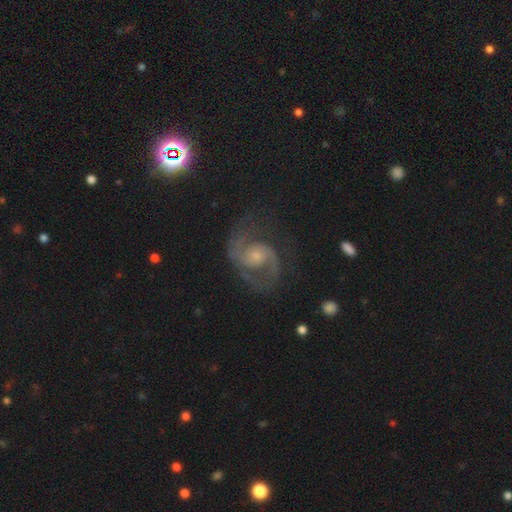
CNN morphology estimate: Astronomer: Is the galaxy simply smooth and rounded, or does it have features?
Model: featured or disk — 86%.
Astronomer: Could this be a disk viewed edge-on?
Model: no — 98%.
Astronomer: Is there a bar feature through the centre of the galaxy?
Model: no — 56% (runner-up: weak, 36%).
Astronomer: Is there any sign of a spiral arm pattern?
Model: yes — 97%.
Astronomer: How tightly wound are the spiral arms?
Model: medium — 61%.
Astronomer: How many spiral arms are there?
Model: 2 — 91%.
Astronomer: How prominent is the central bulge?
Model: small — 56% (runner-up: moderate, 32%).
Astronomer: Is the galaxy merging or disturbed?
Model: none — 73%.